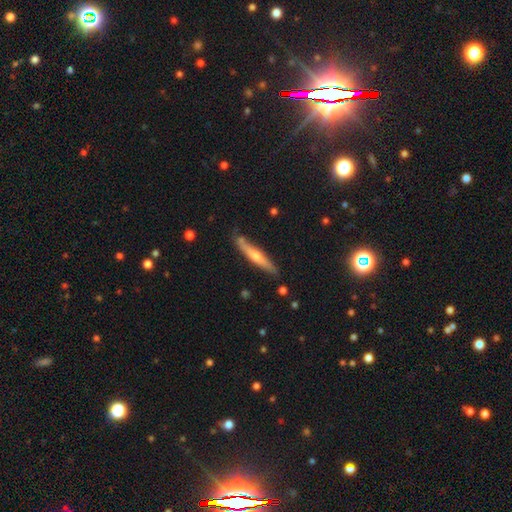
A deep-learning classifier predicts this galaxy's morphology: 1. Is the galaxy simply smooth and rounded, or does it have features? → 59% featured or disk, 34% smooth, 8% star or artifact.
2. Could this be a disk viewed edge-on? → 94% yes, 6% no.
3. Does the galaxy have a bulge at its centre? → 80% rounded, 15% none, 5% boxy.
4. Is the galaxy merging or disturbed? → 84% none, 12% minor disturbance, 2% major disturbance, 2% merger.